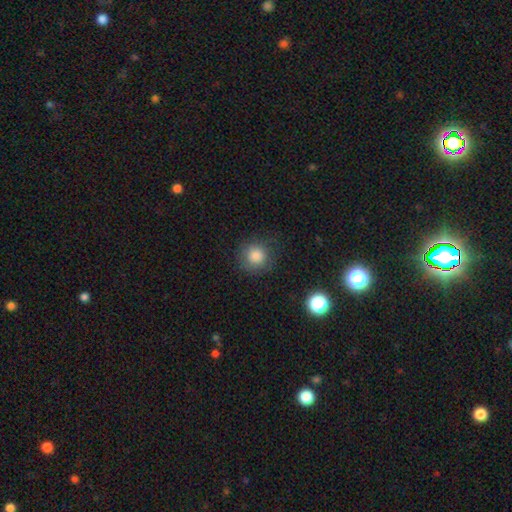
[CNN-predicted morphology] smooth_or_featured: smooth (p=0.83) [alt: star or artifact p=0.11]
how_rounded: round (p=0.92) [alt: in between p=0.07]
merging: none (p=0.83) [alt: minor disturbance p=0.12]